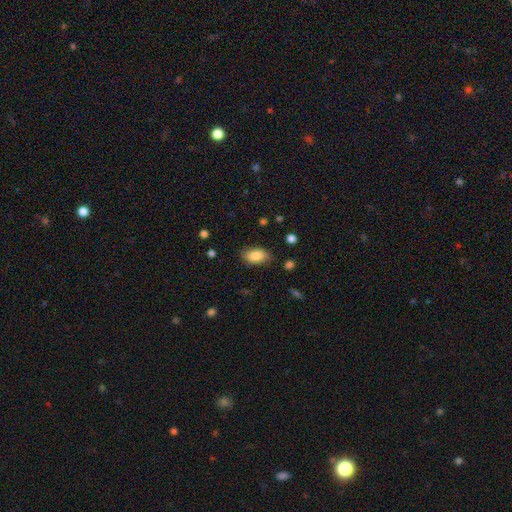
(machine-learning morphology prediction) type=smooth (85%); roundness=in between (92%); merging=none (81%).